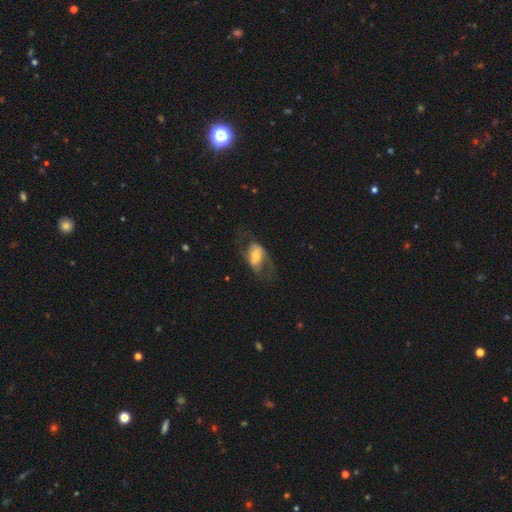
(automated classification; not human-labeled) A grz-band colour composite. It shows a featured or disk galaxy (49%). Merging: none (44%).